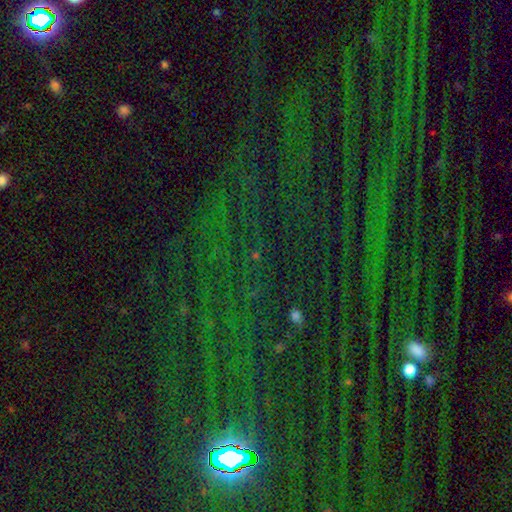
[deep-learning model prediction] smooth-or-featured: star or artifact: 74% | smooth: 17% | featured or disk: 9%